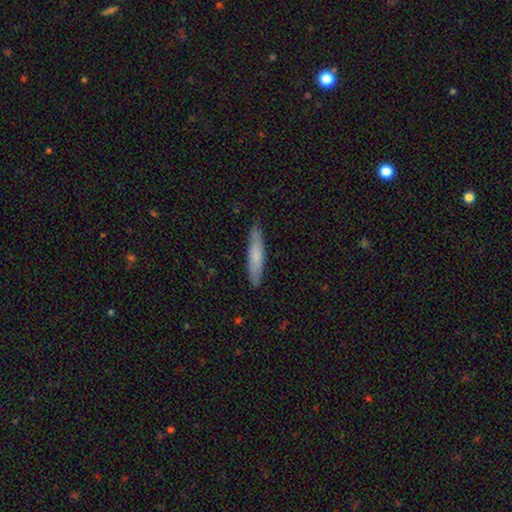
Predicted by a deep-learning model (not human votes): This appears to be a smooth galaxy with no disk features (68%) that is cigar-shaped (88%). Merging: none (85%).